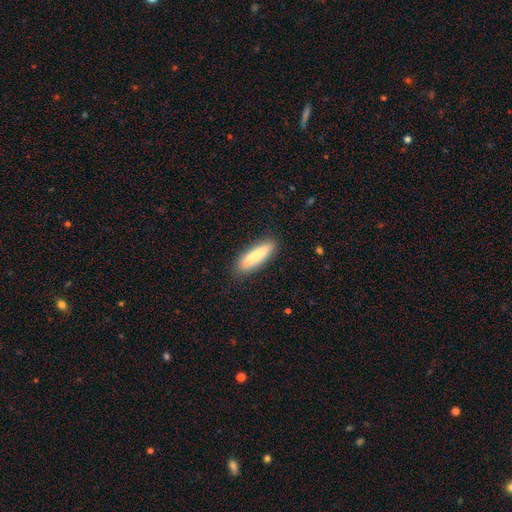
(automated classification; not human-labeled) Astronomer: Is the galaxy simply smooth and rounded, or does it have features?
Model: smooth — 78%.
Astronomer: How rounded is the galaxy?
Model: cigar-shaped — 64%.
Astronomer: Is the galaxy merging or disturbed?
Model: none — 87%.